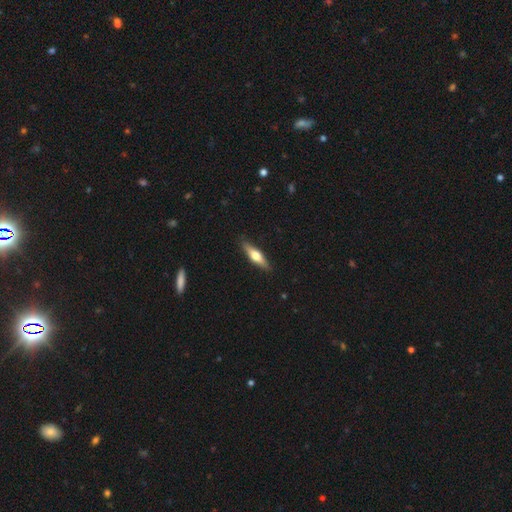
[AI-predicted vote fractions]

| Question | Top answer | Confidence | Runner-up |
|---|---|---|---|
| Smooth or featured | featured or disk | 48% | smooth (46%) |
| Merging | none | 89% | minor disturbance (9%) |